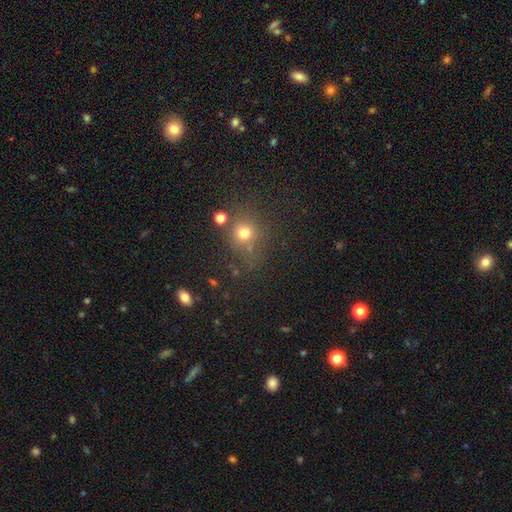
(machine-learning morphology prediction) A smooth galaxy with no disk features (53%) that is round (79%).

Vote fractions:
- Smooth or featured? smooth: 53% / star or artifact: 38% / featured or disk: 9%
- How rounded? round: 79% / in between: 19% / cigar-shaped: 2%
- Merging? none: 72% / minor disturbance: 13% / merger: 8% / major disturbance: 7%